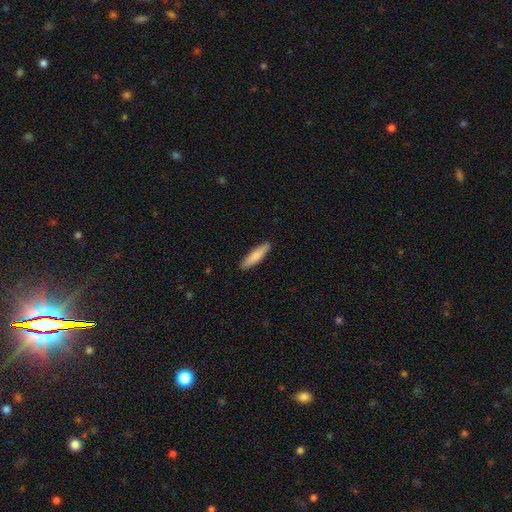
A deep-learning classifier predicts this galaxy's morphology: Smooth or featured? smooth (81%)
How rounded? cigar-shaped (76%)
Merging? none (90%)